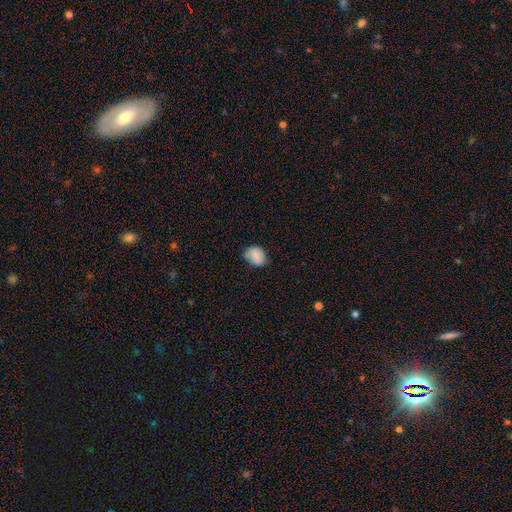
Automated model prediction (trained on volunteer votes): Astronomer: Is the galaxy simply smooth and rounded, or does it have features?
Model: smooth — 80%.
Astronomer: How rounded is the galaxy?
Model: in between — 55% (runner-up: round, 44%).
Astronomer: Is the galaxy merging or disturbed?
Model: none — 62%.